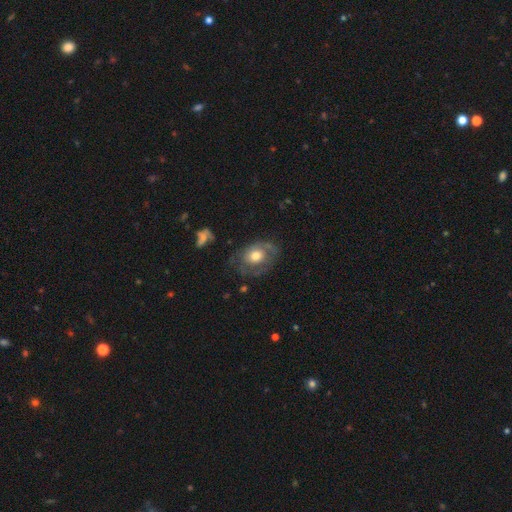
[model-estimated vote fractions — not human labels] Smooth or featured? Predicted: featured or disk (p=0.48). Merging? Predicted: none (p=0.57).